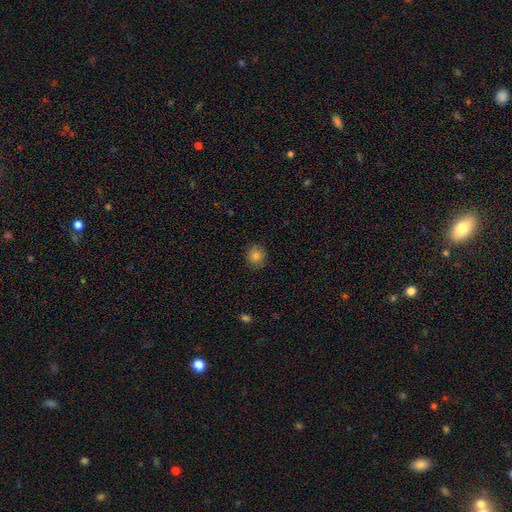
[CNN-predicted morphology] smooth 83%, star or artifact 11%, featured or disk 6%. Down the decision tree: how rounded — round (90%); merging — none (87%).